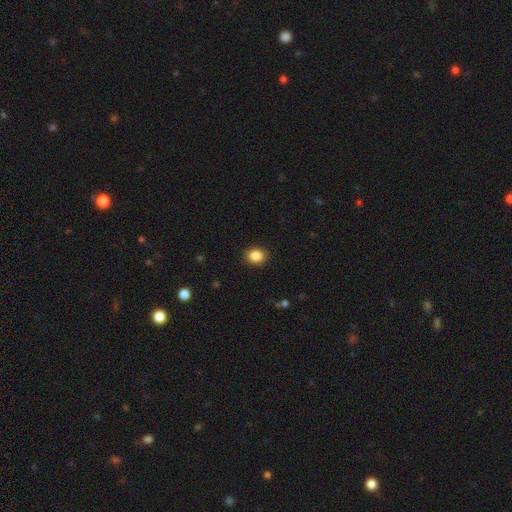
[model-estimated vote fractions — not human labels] Smooth or featured? smooth (86%)
How rounded? round (53%)
Merging? none (90%)